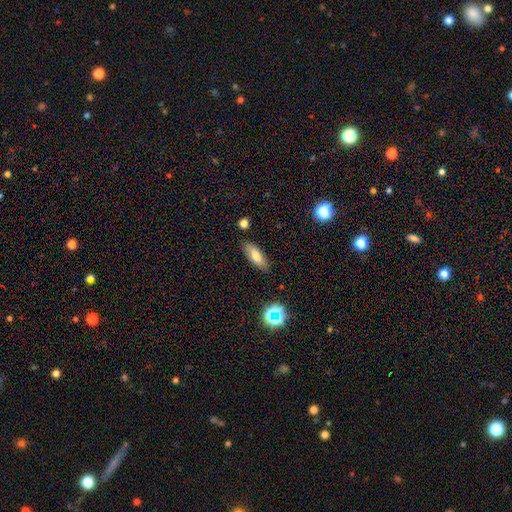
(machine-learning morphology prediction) smooth-or-featured: smooth: 71% | featured or disk: 20% | star or artifact: 9%
  how-rounded: in between: 63% | cigar-shaped: 34% | round: 3%
  merging: none: 84% | minor disturbance: 11% | major disturbance: 2% | merger: 2%